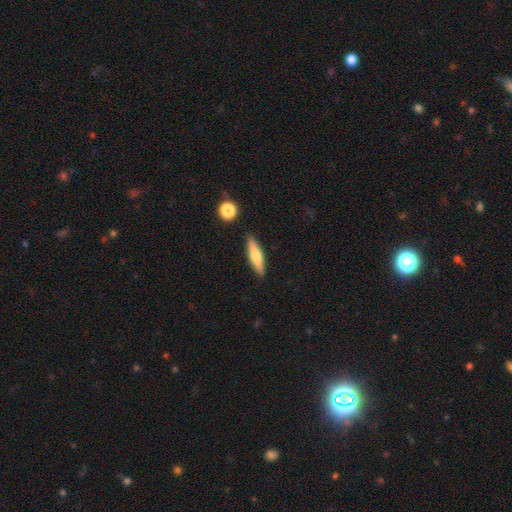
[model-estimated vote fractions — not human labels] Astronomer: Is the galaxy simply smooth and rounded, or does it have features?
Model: smooth — 63%.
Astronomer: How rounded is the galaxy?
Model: cigar-shaped — 78%.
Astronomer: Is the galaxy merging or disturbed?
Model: none — 88%.